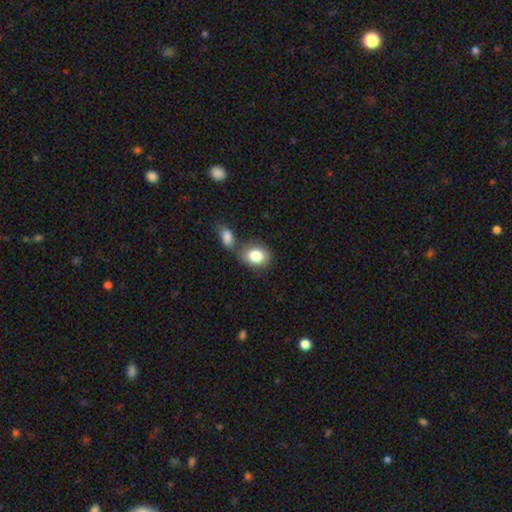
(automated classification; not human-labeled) The model was most divided on "merging": none: 52%, merger: 30%, minor disturbance: 14%, major disturbance: 5%. More confident: smooth or featured — smooth (83%); how rounded — in between (64%).